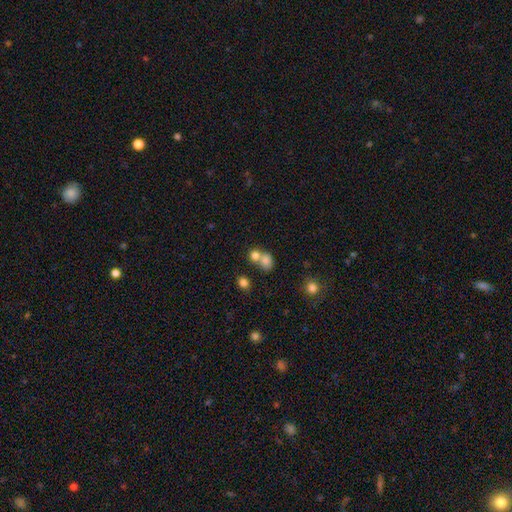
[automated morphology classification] This is likely a smooth galaxy (78%). How rounded: likely round (69%). Merging: possibly merger (54%).